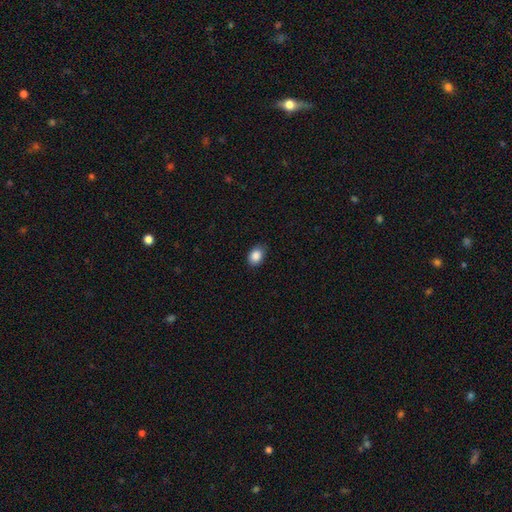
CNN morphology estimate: Smooth or featured? smooth (88%)
How rounded? in between (75%)
Merging? none (84%)